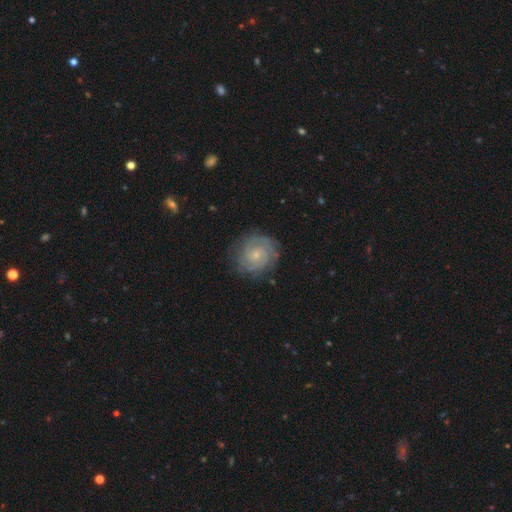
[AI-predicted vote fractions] smooth_or_featured: featured or disk (p=0.77) [alt: smooth p=0.16]
disk_edge_on: no (p=0.98) [alt: yes p=0.02]
bar: no (p=0.78) [alt: weak p=0.19]
has_spiral_arms: yes (p=0.94) [alt: no p=0.06]
spiral_winding: tight (p=0.75) [alt: medium p=0.20]
spiral_arm_count: can't tell (p=0.31) [alt: 2 p=0.29]
bulge_size: small (p=0.76) [alt: moderate p=0.19]
merging: none (p=0.81) [alt: minor disturbance p=0.14]